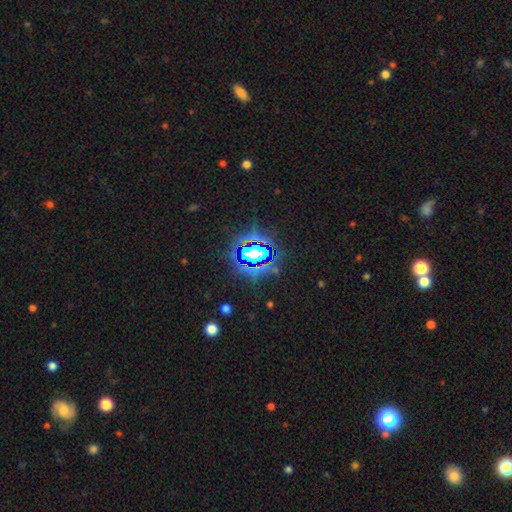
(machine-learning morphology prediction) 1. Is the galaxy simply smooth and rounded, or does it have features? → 73% star or artifact, 15% smooth, 12% featured or disk.